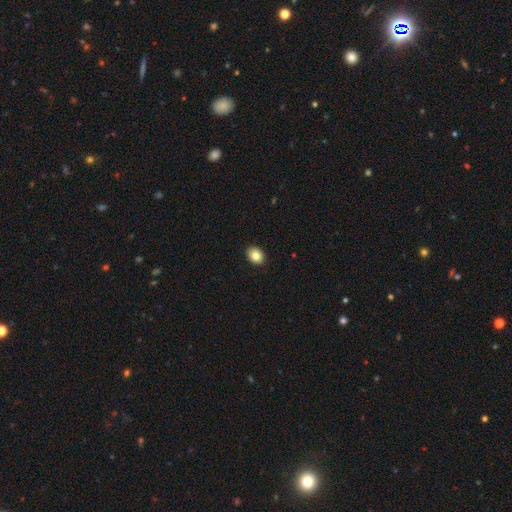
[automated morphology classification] This appears to be a smooth galaxy with no disk features (84%) that is in between round and cigar-shaped (56%). Merging: none (91%).